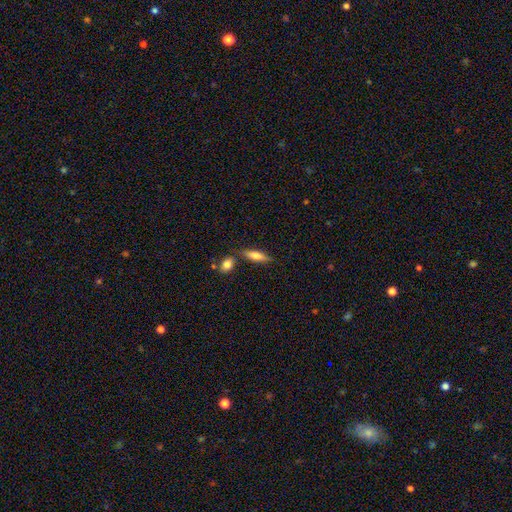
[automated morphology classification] A smooth galaxy with no disk features (69%) that is cigar-shaped (53%).

Vote fractions:
- Smooth or featured? smooth: 69% / featured or disk: 24% / star or artifact: 6%
- How rounded? cigar-shaped: 53% / in between: 45% / round: 2%
- Merging? none: 74% / minor disturbance: 13% / merger: 10% / major disturbance: 3%